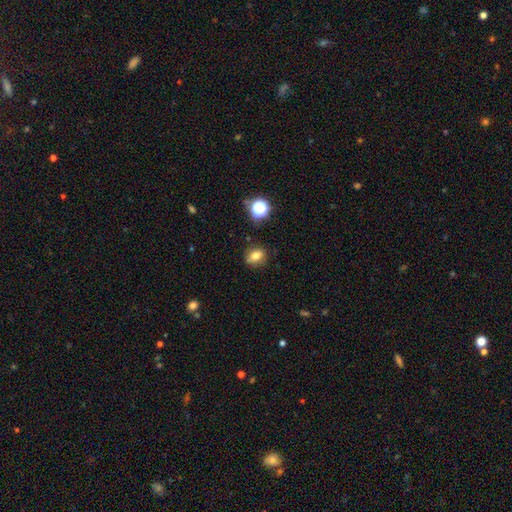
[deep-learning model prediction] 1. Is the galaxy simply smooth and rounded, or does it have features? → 76% smooth, 13% star or artifact, 10% featured or disk.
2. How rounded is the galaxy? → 60% in between, 38% round, 2% cigar-shaped.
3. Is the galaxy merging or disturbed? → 78% none, 15% minor disturbance, 3% major disturbance, 3% merger.